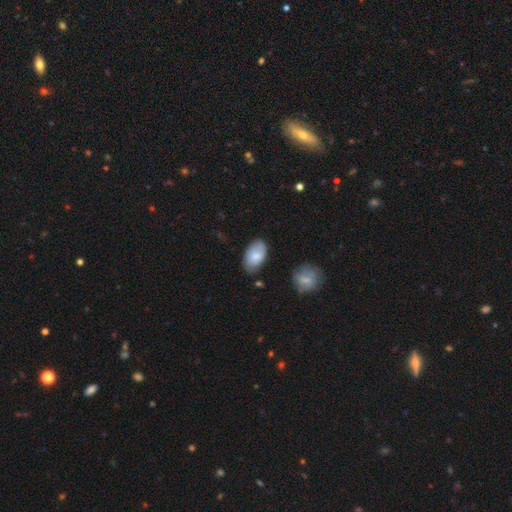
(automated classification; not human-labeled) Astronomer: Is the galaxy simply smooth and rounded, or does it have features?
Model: smooth — 78%.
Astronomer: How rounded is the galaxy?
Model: in between — 94%.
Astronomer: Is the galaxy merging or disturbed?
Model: none — 73%.